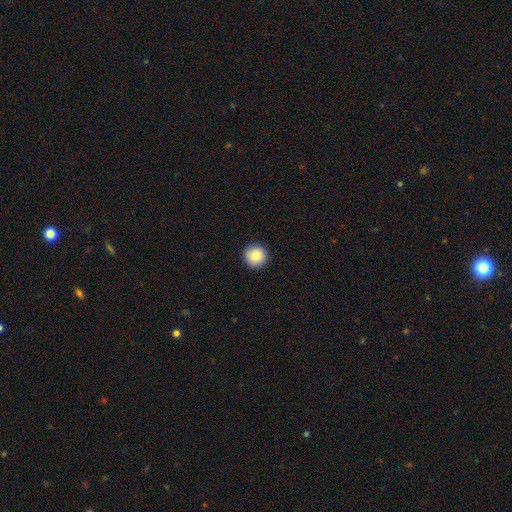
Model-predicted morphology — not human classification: A smooth galaxy with no disk features (88%) that is round (96%). Merging: none (92%).